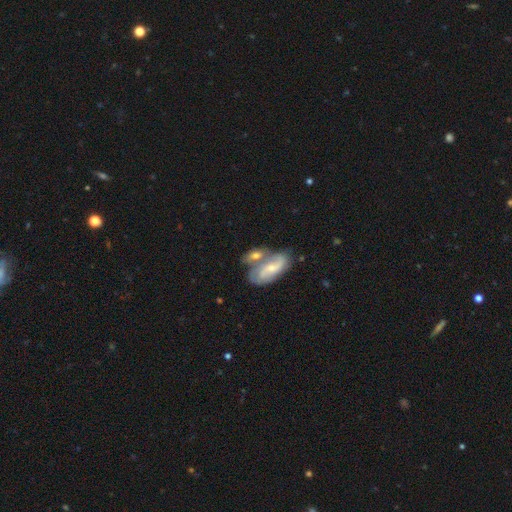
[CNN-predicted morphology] A featured or disk galaxy (55%).

Vote fractions:
- Smooth or featured? featured or disk: 55% / smooth: 38% / star or artifact: 7%
- Edge-on disk? no: 91% / yes: 9%
- Merging? merger: 57% / none: 26% / minor disturbance: 11% / major disturbance: 6%